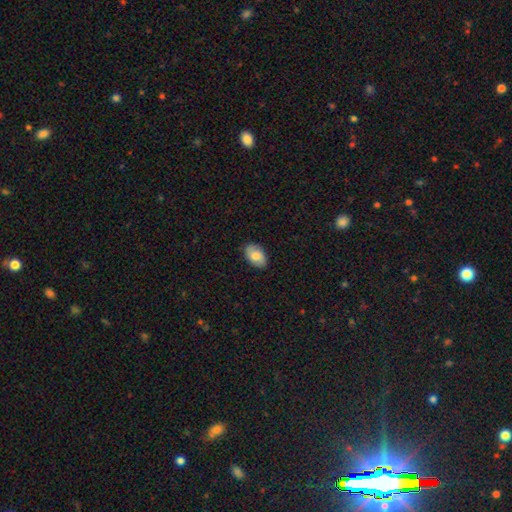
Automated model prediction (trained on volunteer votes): Q: Smooth or featured?
A: smooth (79%); runner-up: featured or disk (14%)
Q: How rounded?
A: in between (91%); runner-up: round (8%)
Q: Merging?
A: none (86%); runner-up: minor disturbance (11%)